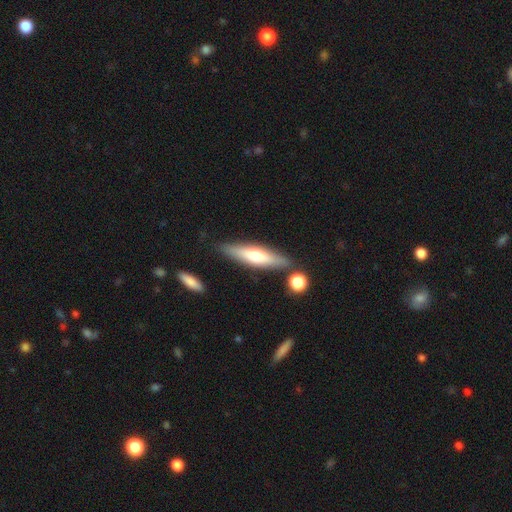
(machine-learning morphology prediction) Overall: smooth (52%; featured or disk 42%). How rounded: cigar-shaped (75%). Merging: none (81%).